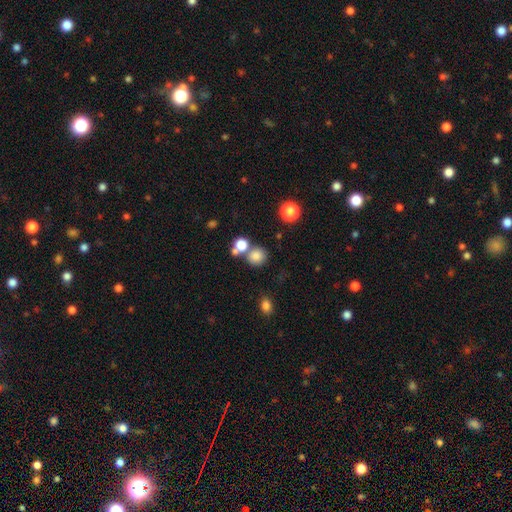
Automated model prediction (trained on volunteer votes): smooth-or-featured: smooth: 81% | star or artifact: 13% | featured or disk: 6%
  how-rounded: round: 87% | in between: 13% | cigar-shaped: 1%
  merging: none: 65% | merger: 22% | minor disturbance: 9% | major disturbance: 4%